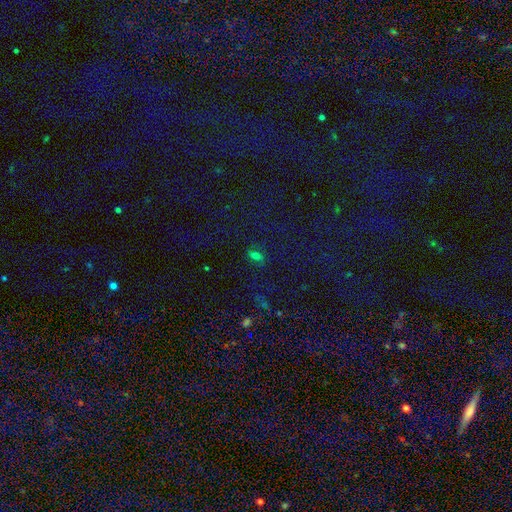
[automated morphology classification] Overall: smooth (54%; star or artifact 33%). How rounded: in between (80%). Merging: none (75%).